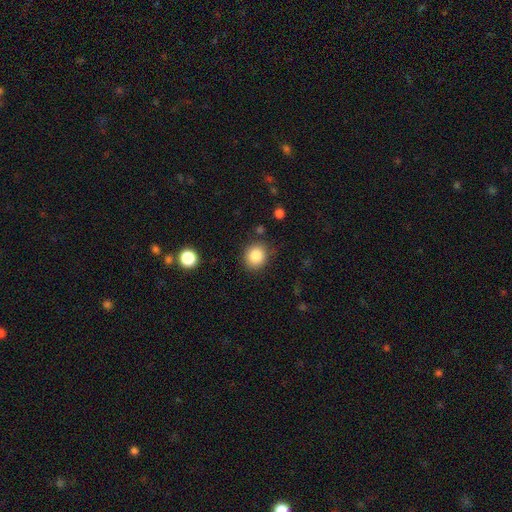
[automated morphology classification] The model was most divided on "how rounded": round: 74%, in between: 26%, cigar-shaped: 1%. More confident: smooth or featured — smooth (85%); merging — none (84%).